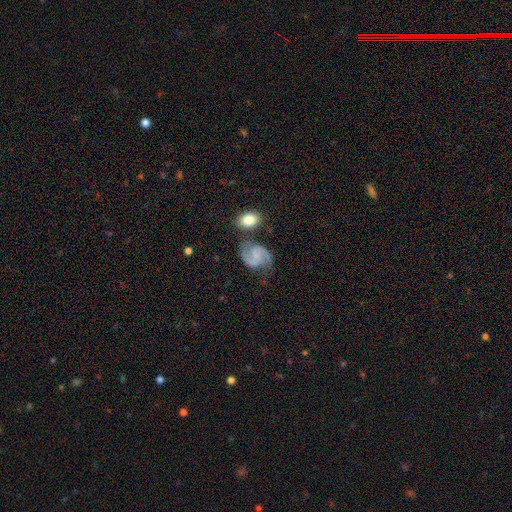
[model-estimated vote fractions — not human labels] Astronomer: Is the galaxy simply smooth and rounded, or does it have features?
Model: featured or disk — 83%.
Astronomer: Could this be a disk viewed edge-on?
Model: no — 98%.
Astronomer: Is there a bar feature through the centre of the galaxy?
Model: no — 52% (runner-up: weak, 39%).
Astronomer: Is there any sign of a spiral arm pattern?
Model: yes — 96%.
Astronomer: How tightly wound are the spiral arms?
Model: medium — 55%.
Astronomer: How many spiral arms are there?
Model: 2 — 93%.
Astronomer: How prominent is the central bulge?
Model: small — 44% (runner-up: none, 38%).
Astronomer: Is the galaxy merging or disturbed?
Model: none — 67%.